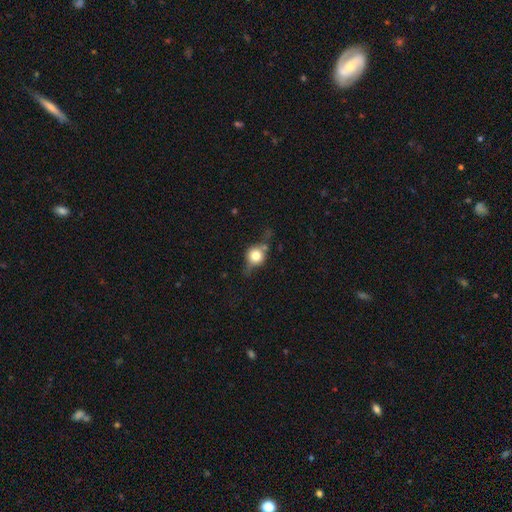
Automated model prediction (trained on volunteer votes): The model was most divided on "smooth or featured": smooth: 51%, featured or disk: 39%, star or artifact: 10%. More confident: how rounded — round (76%); merging — none (60%).